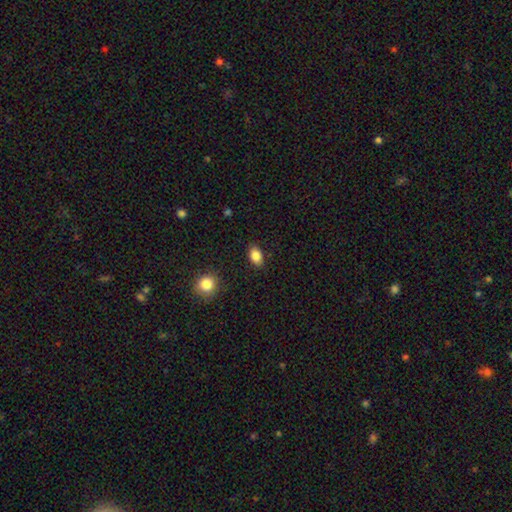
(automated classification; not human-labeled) Smooth or featured? Predicted: smooth (p=0.87). How rounded? Predicted: in between (p=0.86). Merging? Predicted: none (p=0.86).